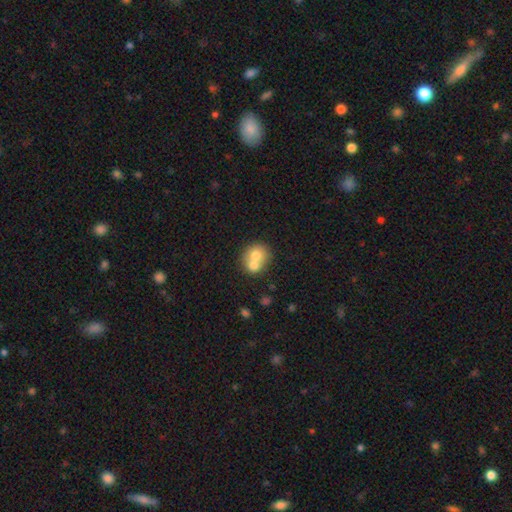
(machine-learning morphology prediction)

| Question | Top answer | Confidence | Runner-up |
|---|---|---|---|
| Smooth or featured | smooth | 68% | featured or disk (23%) |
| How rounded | round | 76% | in between (24%) |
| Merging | merger | 63% | none (28%) |